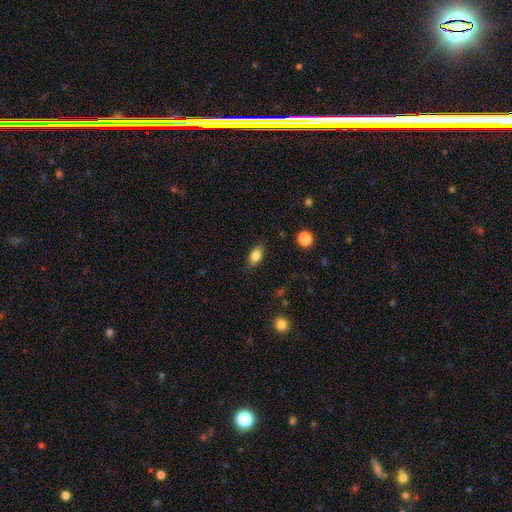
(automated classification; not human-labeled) Smooth or featured?
  - smooth: 82% *
  - featured or disk: 10%
  - star or artifact: 8%
How rounded?
  - in between: 86% *
  - round: 9%
  - cigar-shaped: 5%
Merging?
  - none: 85% *
  - minor disturbance: 11%
  - major disturbance: 3%
  - merger: 1%